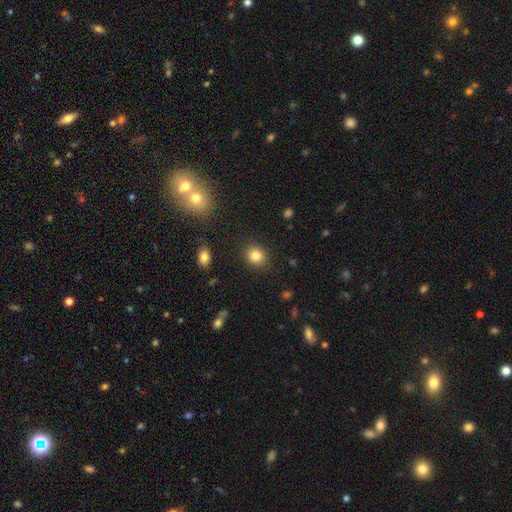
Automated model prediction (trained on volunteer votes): The model was most divided on "how rounded": round: 72%, in between: 27%, cigar-shaped: 1%. More confident: merging — none (87%); smooth or featured — smooth (84%).